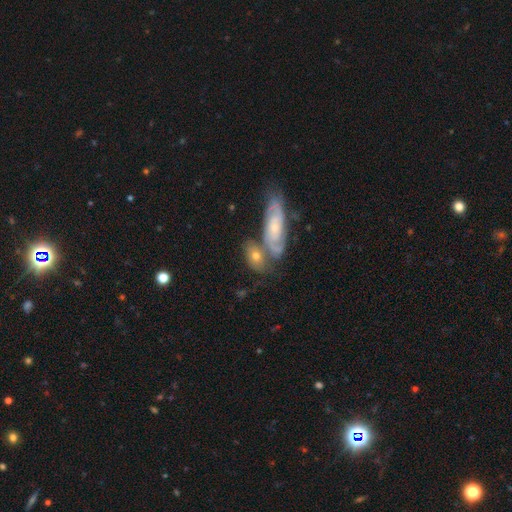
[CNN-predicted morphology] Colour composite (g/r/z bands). It shows a smooth galaxy with no disk features (50%). Merging: none (42%).